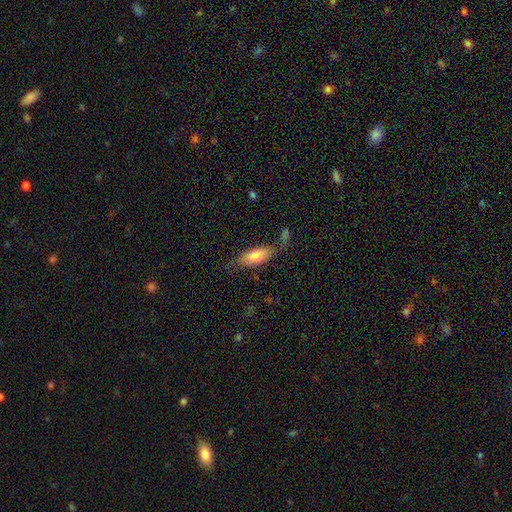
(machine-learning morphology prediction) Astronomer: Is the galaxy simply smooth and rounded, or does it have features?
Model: smooth — 71%.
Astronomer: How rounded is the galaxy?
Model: in between — 76%.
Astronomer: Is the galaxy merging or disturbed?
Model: none — 55%.